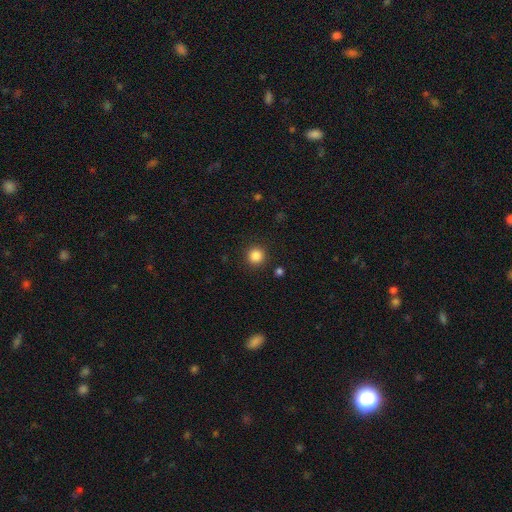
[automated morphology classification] Smooth or featured? Predicted: smooth (p=0.85). How rounded? Predicted: round (p=0.95). Merging? Predicted: none (p=0.91).